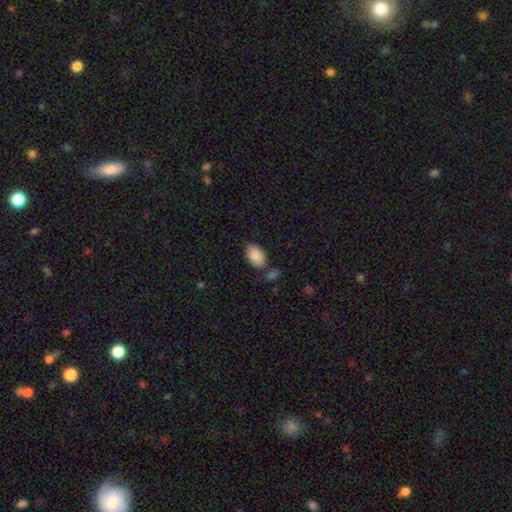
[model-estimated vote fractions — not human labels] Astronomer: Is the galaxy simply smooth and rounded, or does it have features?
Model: smooth — 88%.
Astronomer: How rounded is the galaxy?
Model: in between — 92%.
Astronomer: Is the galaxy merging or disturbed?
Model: none — 71%.